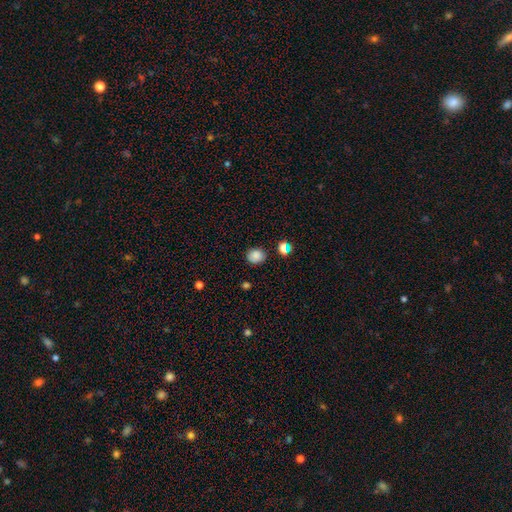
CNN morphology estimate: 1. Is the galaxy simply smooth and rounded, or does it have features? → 83% smooth, 12% star or artifact, 5% featured or disk.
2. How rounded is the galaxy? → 69% round, 30% in between, 1% cigar-shaped.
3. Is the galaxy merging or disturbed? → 84% none, 11% minor disturbance, 3% major disturbance, 2% merger.